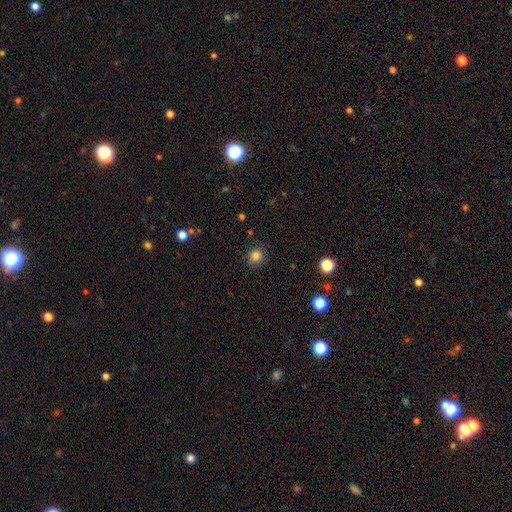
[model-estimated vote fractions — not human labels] The model was most divided on "smooth or featured": smooth: 82%, star or artifact: 13%, featured or disk: 5%. More confident: how rounded — round (92%); merging — none (89%).